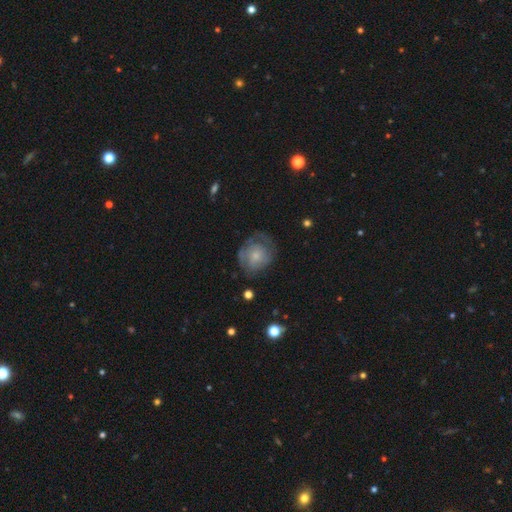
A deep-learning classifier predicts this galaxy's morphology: Overall: smooth (48%; featured or disk 44%). Merging: none (53%; minor disturbance 26%).